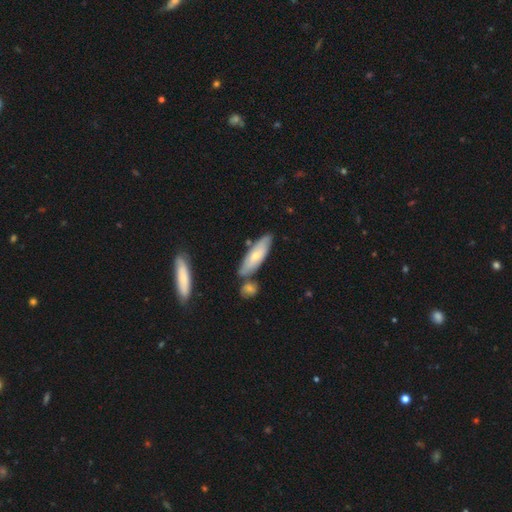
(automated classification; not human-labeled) smooth-or-featured: smooth: 60% | featured or disk: 34% | star or artifact: 6%
  how-rounded: cigar-shaped: 51% | in between: 47% | round: 2%
  merging: none: 69% | minor disturbance: 16% | merger: 11% | major disturbance: 3%